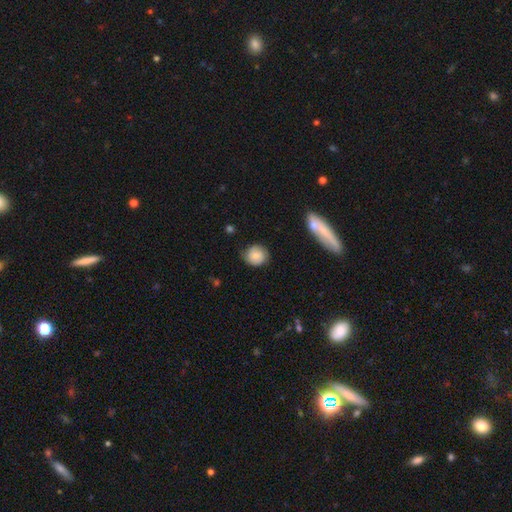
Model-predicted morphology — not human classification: Smooth or featured: smooth — 73% (featured or disk — 19%)
How rounded: round — 86% (in between — 13%)
Merging: none — 77% (minor disturbance — 17%)